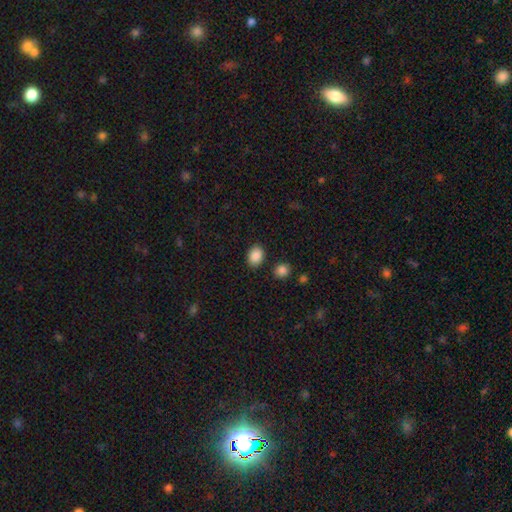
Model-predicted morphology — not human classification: smooth-or-featured: smooth: 88% | star or artifact: 8% | featured or disk: 3%
  how-rounded: in between: 66% | round: 33% | cigar-shaped: 1%
  merging: none: 86% | minor disturbance: 8% | merger: 3% | major disturbance: 3%